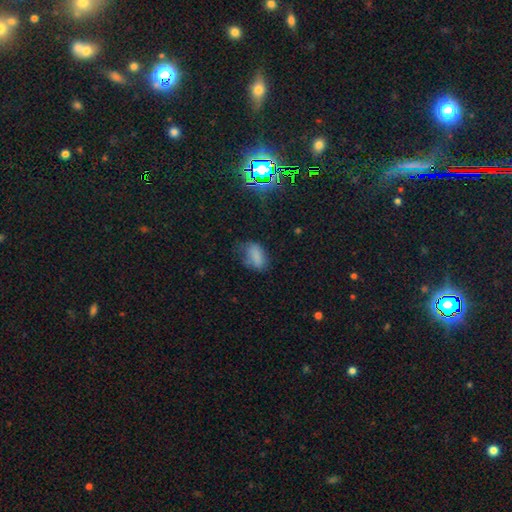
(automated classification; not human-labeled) A smooth galaxy with no disk features (75%) that is in between round and cigar-shaped (89%). Merging: none (45%).